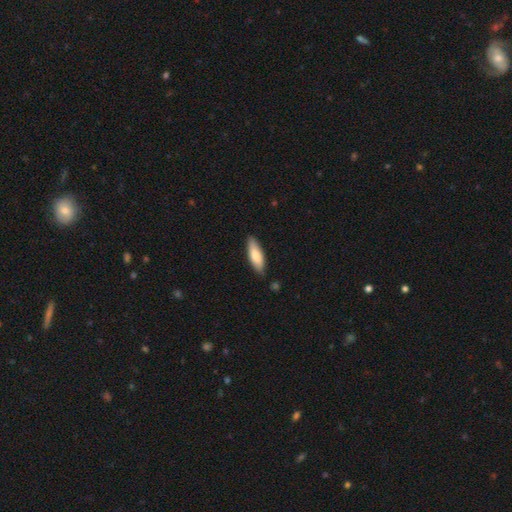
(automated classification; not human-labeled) Smooth or featured: smooth — 78% (featured or disk — 17%)
How rounded: in between — 54% (cigar-shaped — 45%)
Merging: none — 83% (minor disturbance — 13%)